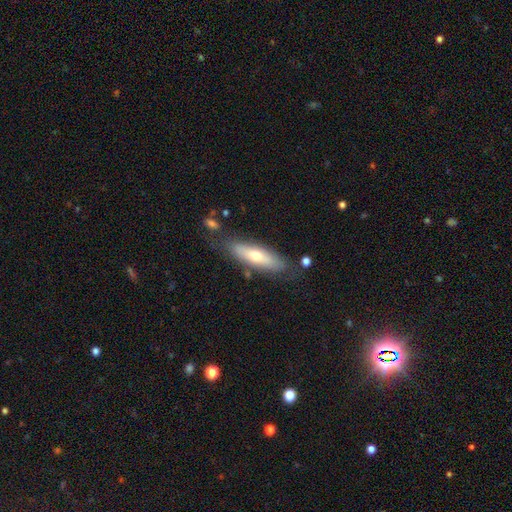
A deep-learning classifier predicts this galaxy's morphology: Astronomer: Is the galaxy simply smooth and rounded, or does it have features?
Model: smooth — 53% (runner-up: featured or disk, 41%).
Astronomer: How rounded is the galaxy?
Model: cigar-shaped — 59% (runner-up: in between, 39%).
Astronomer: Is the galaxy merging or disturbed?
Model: none — 75%.